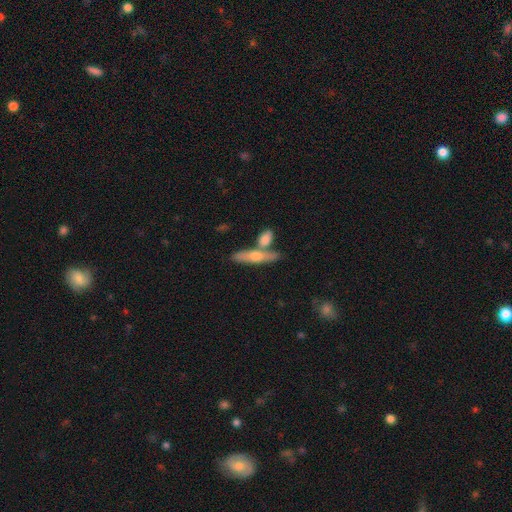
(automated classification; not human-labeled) This is possibly a featured or disk galaxy (50%). Merging: possibly none (59%).